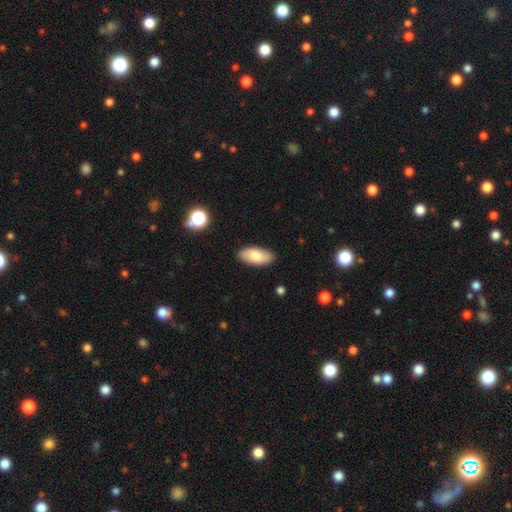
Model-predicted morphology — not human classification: A smooth galaxy with no disk features (82%) that is in between round and cigar-shaped (91%).

Vote fractions:
- Smooth or featured? smooth: 82% / featured or disk: 12% / star or artifact: 6%
- How rounded? in between: 91% / cigar-shaped: 7% / round: 2%
- Merging? none: 88% / minor disturbance: 9% / major disturbance: 2% / merger: 1%